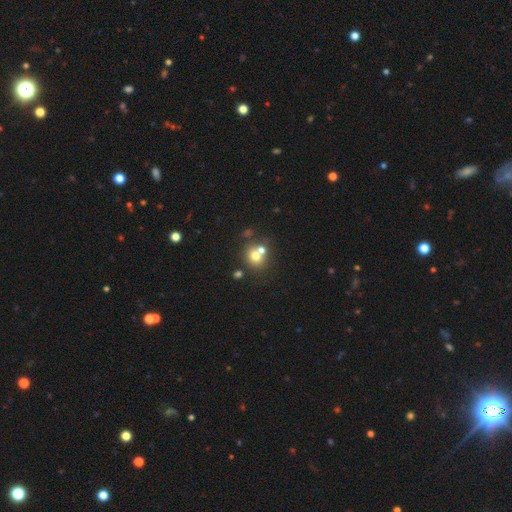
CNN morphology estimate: The model was most divided on "merging": none: 49%, merger: 39%, minor disturbance: 8%, major disturbance: 4%. More confident: how rounded — round (78%); smooth or featured — smooth (68%).